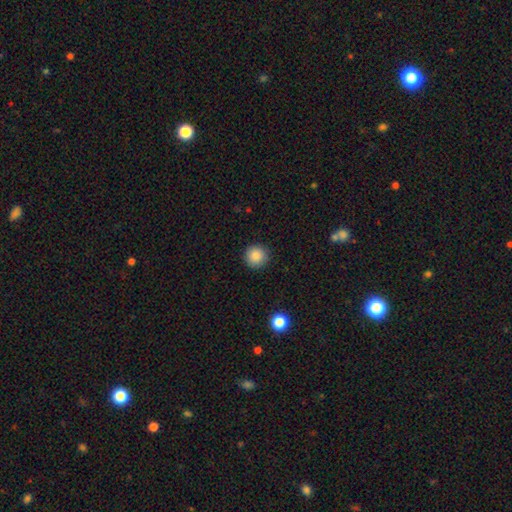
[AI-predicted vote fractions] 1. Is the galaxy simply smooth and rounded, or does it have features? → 88% smooth, 9% star or artifact, 4% featured or disk.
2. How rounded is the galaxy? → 95% round, 4% in between, 1% cigar-shaped.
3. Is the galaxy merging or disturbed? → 91% none, 6% minor disturbance, 2% major disturbance, 1% merger.